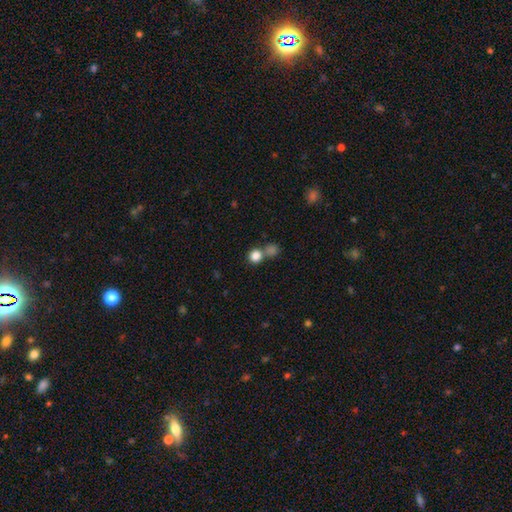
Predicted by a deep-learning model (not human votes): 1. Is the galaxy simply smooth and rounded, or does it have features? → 83% smooth, 11% star or artifact, 6% featured or disk.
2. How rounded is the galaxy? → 89% round, 10% in between, 1% cigar-shaped.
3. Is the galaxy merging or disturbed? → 55% none, 34% merger, 8% minor disturbance, 4% major disturbance.